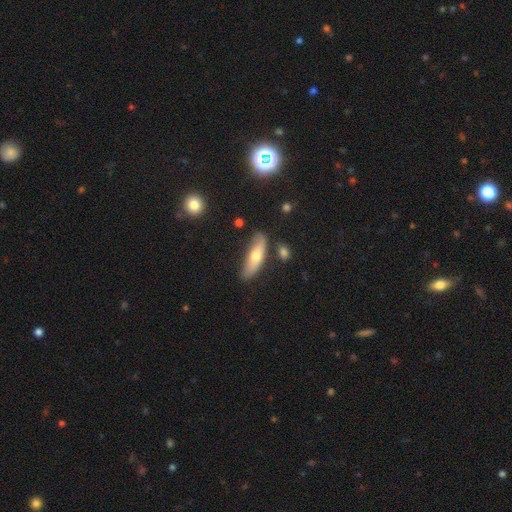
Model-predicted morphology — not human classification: Smooth or featured? Predicted: smooth (p=0.60). How rounded? Predicted: cigar-shaped (p=0.51). Merging? Predicted: none (p=0.69).